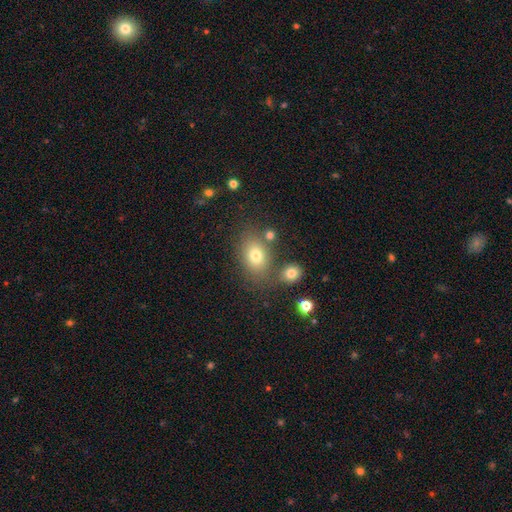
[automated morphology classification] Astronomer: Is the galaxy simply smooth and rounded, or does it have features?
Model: smooth — 75%.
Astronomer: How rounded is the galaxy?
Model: in between — 67%.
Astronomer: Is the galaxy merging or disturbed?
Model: none — 68%.